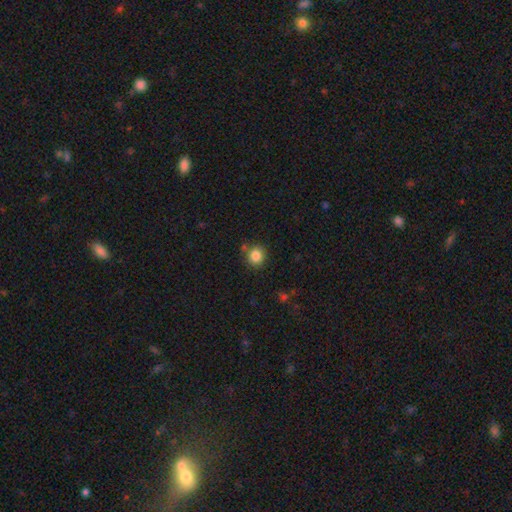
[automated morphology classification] Smooth or featured? smooth (85%)
How rounded? round (86%)
Merging? none (80%)